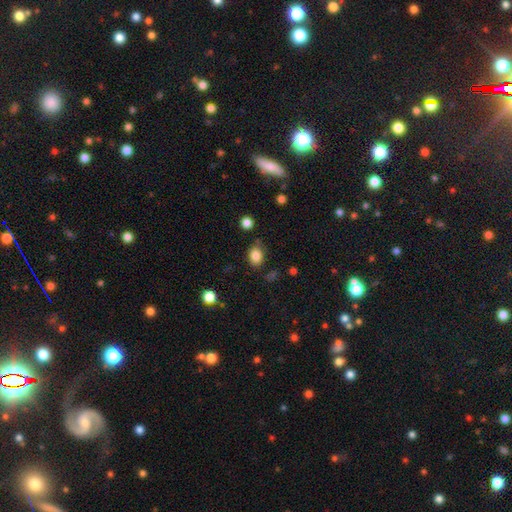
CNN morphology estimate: This is clearly a smooth galaxy (84%). How rounded: possibly in between (58%). Merging: likely none (74%).